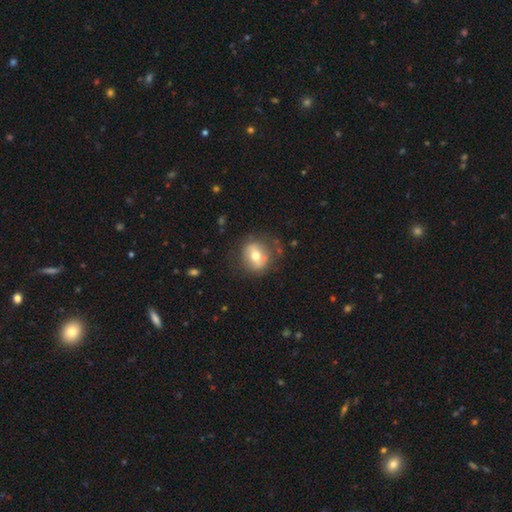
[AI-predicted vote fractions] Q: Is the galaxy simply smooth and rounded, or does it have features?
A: smooth — 53%.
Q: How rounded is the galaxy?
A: round — 64%.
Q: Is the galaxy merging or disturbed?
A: none — 74%.